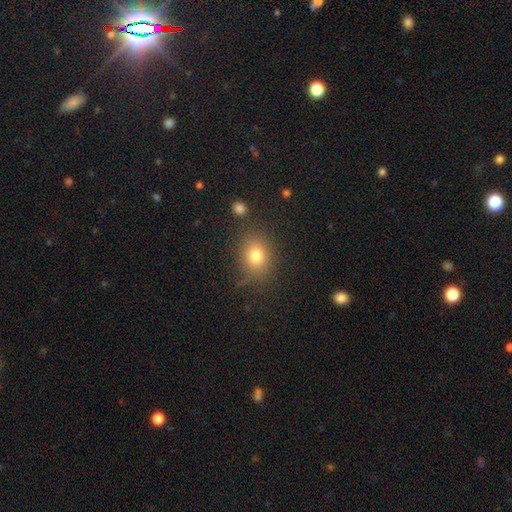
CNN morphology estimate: type=smooth (77%); roundness=round (51%); merging=none (79%).